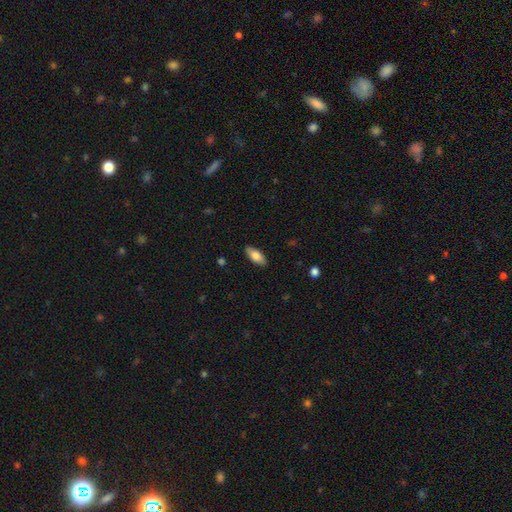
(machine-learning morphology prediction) A smooth galaxy with no disk features (79%) that is in between round and cigar-shaped (84%). Merging: none (88%).